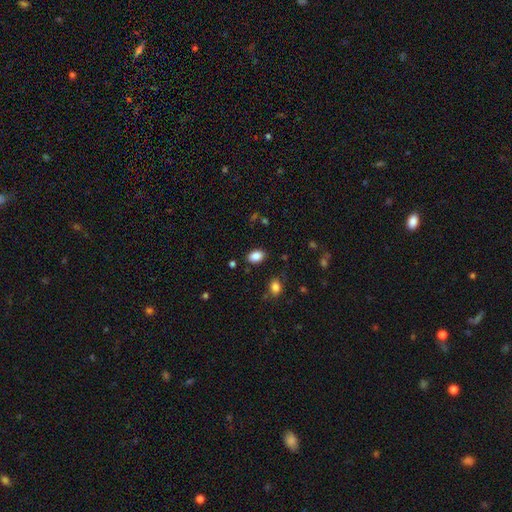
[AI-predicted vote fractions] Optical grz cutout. It shows a smooth galaxy with no disk features (87%) that is in between round and cigar-shaped (87%). Merging: none (86%).